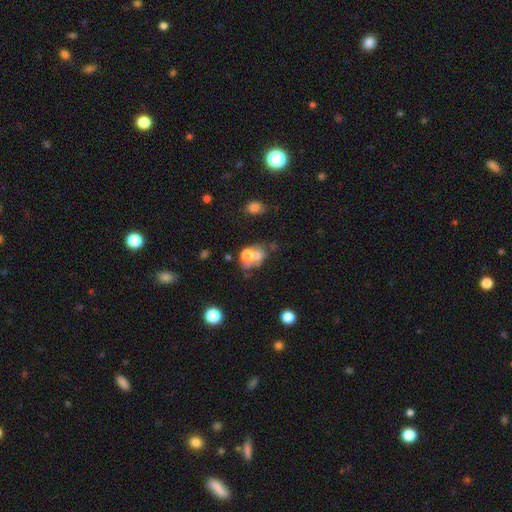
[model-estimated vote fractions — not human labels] smooth-or-featured: smooth: 56% | featured or disk: 28% | star or artifact: 16%
  how-rounded: round: 53% | in between: 46% | cigar-shaped: 1%
  merging: merger: 53% | none: 27% | minor disturbance: 11% | major disturbance: 10%